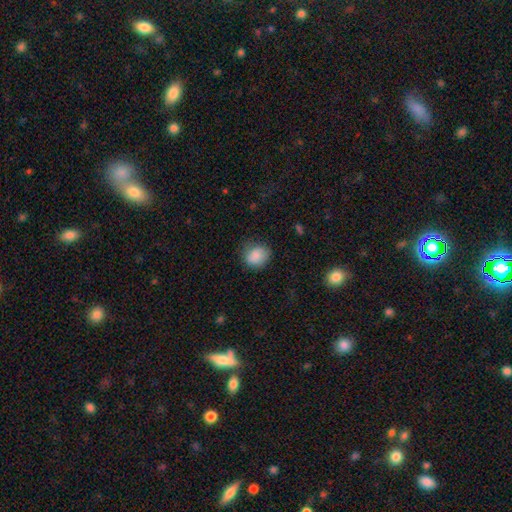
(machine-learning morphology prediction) Smooth or featured?
  - smooth: 86% *
  - star or artifact: 8%
  - featured or disk: 6%
How rounded?
  - round: 68% *
  - in between: 31%
  - cigar-shaped: 1%
Merging?
  - none: 70% *
  - minor disturbance: 22%
  - major disturbance: 6%
  - merger: 1%